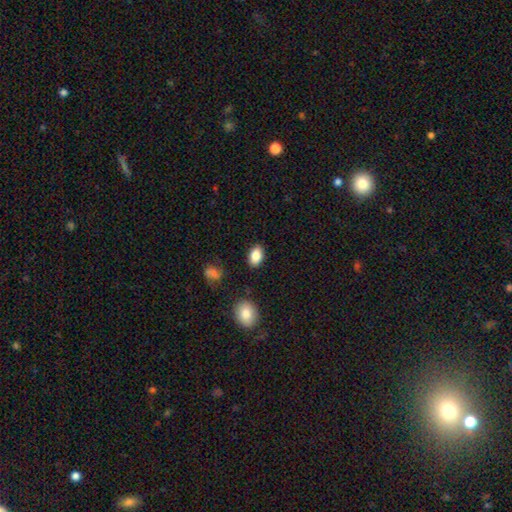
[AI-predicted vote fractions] Morphology: type=smooth (86%); roundness=in between (87%); merging=none (87%).